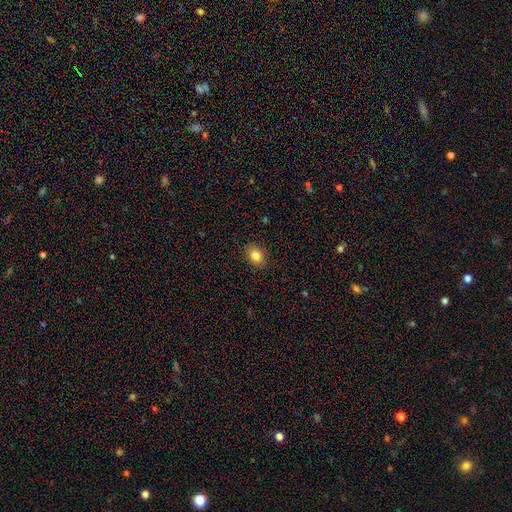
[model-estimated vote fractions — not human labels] The model was most divided on "how rounded": in between: 63%, round: 35%, cigar-shaped: 1%. More confident: merging — none (89%); smooth or featured — smooth (83%).